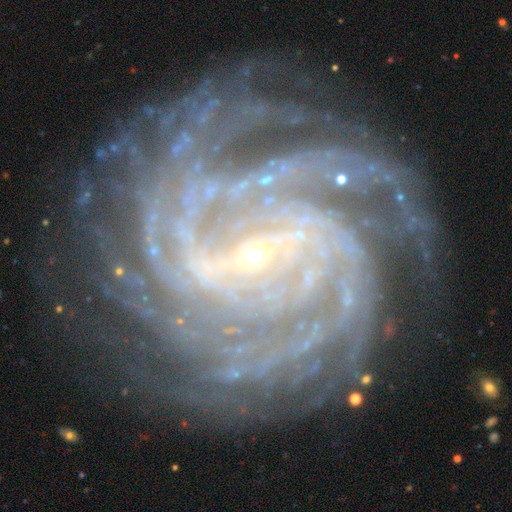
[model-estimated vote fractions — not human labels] Smooth or featured? Predicted: featured or disk (p=0.92). Edge-on disk? Predicted: no (p=0.98). Bar? Predicted: weak (p=0.41). Spiral arms? Predicted: yes (p=0.99). Spiral winding? Predicted: tight (p=0.76). Spiral arm count? Predicted: 4 (p=0.29). Bulge size? Predicted: small (p=0.87). Merging? Predicted: none (p=0.79).